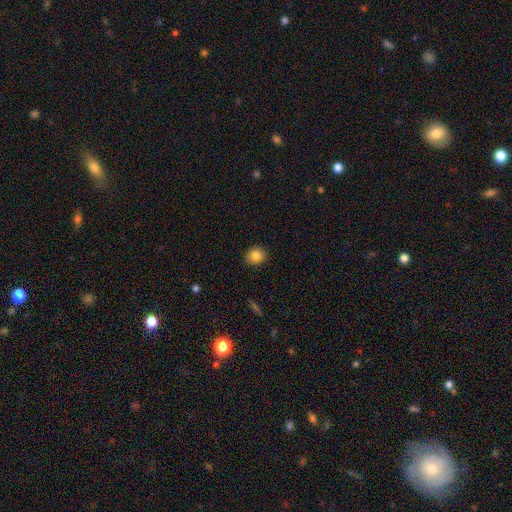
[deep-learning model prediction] smooth 84%, star or artifact 10%, featured or disk 6%. Down the decision tree: how rounded — round (79%); merging — none (88%).